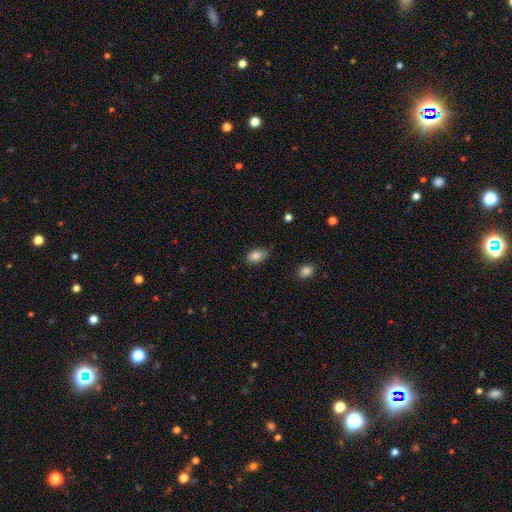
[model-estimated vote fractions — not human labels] Smooth or featured: smooth — 85% (star or artifact — 9%)
How rounded: in between — 87% (round — 11%)
Merging: none — 68% (minor disturbance — 26%)